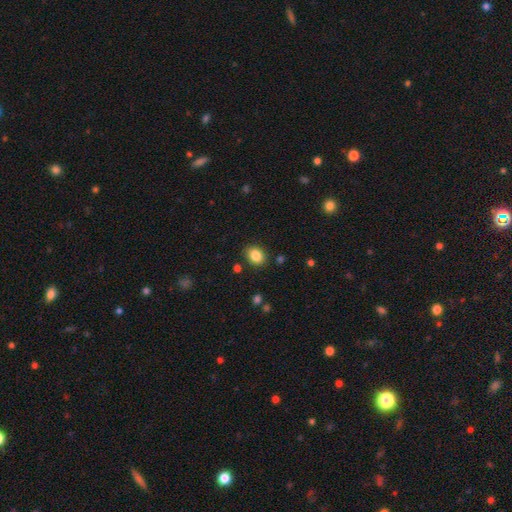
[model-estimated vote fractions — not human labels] Smooth or featured: smooth — 85% (star or artifact — 9%)
How rounded: in between — 56% (round — 43%)
Merging: none — 86% (minor disturbance — 10%)